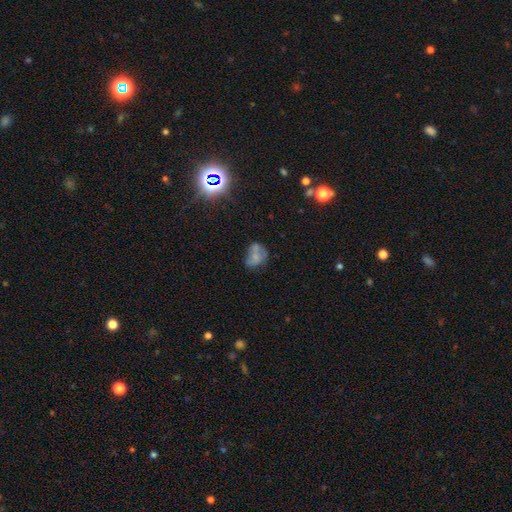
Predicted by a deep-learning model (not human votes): smooth-or-featured: smooth: 51% | featured or disk: 35% | star or artifact: 15%
  how-rounded: in between: 58% | round: 40% | cigar-shaped: 2%
  merging: none: 36% | merger: 23% | minor disturbance: 23% | major disturbance: 18%